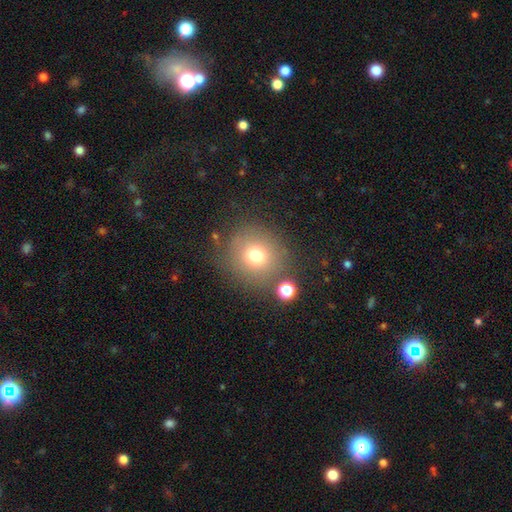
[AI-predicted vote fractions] smooth_or_featured: smooth (p=0.73) [alt: star or artifact p=0.15]
how_rounded: round (p=0.92) [alt: in between p=0.07]
merging: none (p=0.77) [alt: minor disturbance p=0.11]